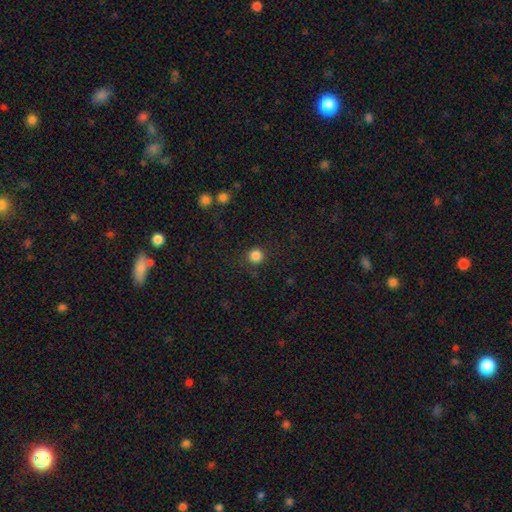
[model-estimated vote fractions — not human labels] Q: Smooth or featured?
A: smooth (85%); runner-up: star or artifact (12%)
Q: How rounded?
A: round (94%); runner-up: in between (5%)
Q: Merging?
A: none (89%); runner-up: minor disturbance (7%)